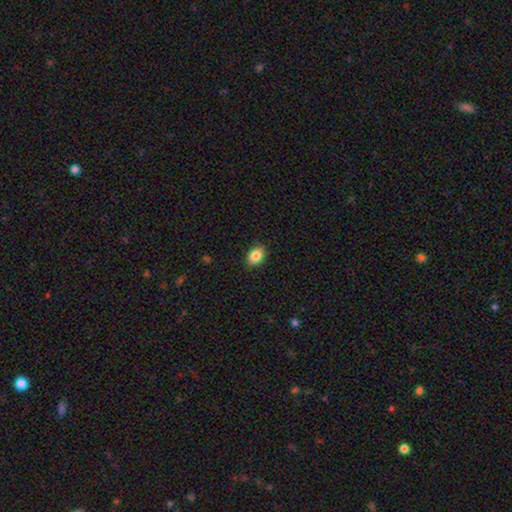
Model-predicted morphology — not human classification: Smooth or featured: smooth — 86% (star or artifact — 9%)
How rounded: in between — 70% (round — 29%)
Merging: none — 90% (minor disturbance — 7%)